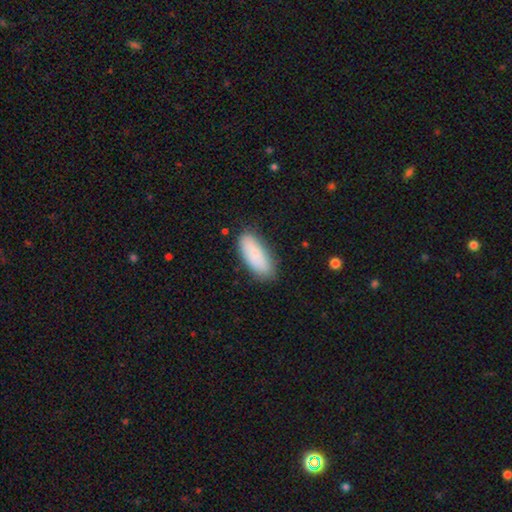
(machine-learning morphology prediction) This is clearly a smooth galaxy (80%). How rounded: likely in between (80%). Merging: likely none (78%).